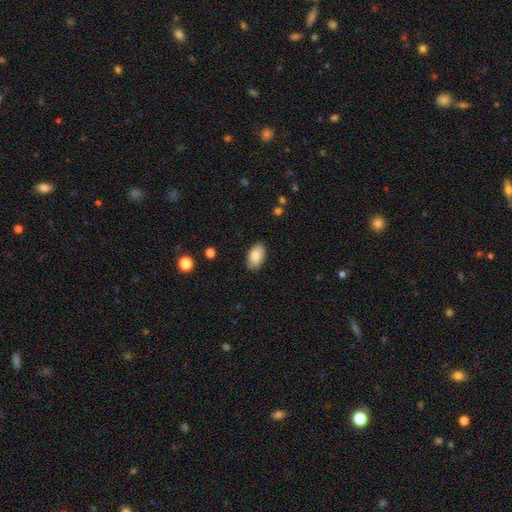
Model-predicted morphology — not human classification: Smooth or featured?
  - smooth: 77% *
  - featured or disk: 16%
  - star or artifact: 7%
How rounded?
  - in between: 93% *
  - round: 5%
  - cigar-shaped: 2%
Merging?
  - none: 82% *
  - minor disturbance: 15%
  - major disturbance: 3%
  - merger: 1%